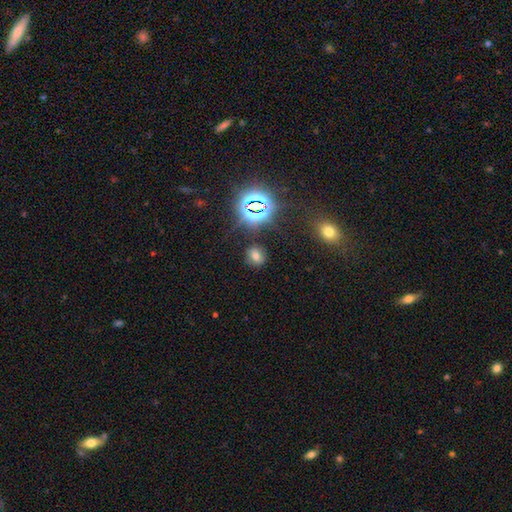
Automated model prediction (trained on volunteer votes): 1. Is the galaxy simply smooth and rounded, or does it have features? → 57% smooth, 31% star or artifact, 12% featured or disk.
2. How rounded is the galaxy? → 65% round, 34% in between, 2% cigar-shaped.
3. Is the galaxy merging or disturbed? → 82% none, 10% minor disturbance, 4% major disturbance, 4% merger.